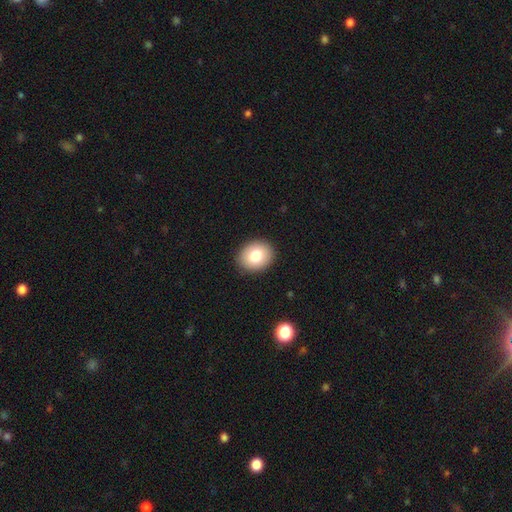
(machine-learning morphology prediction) Smooth or featured?
  - smooth: 79% *
  - featured or disk: 12%
  - star or artifact: 9%
How rounded?
  - round: 57% *
  - in between: 42%
  - cigar-shaped: 1%
Merging?
  - none: 90% *
  - minor disturbance: 7%
  - major disturbance: 2%
  - merger: 1%